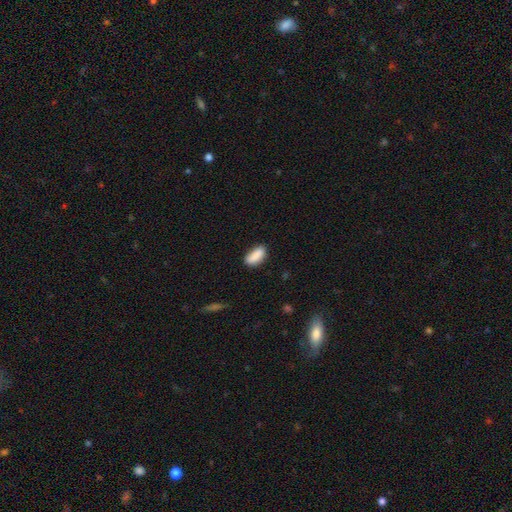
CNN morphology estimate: smooth-or-featured: smooth: 87% | star or artifact: 7% | featured or disk: 6%
  how-rounded: in between: 83% | cigar-shaped: 14% | round: 3%
  merging: none: 78% | minor disturbance: 16% | major disturbance: 3% | merger: 2%